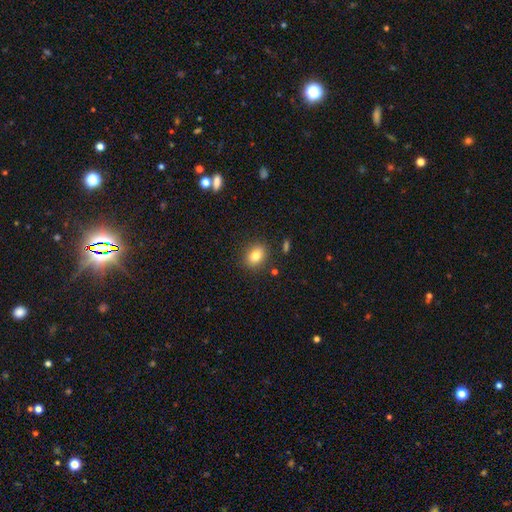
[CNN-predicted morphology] Smooth or featured? Predicted: smooth (p=0.81). How rounded? Predicted: in between (p=0.51). Merging? Predicted: none (p=0.87).